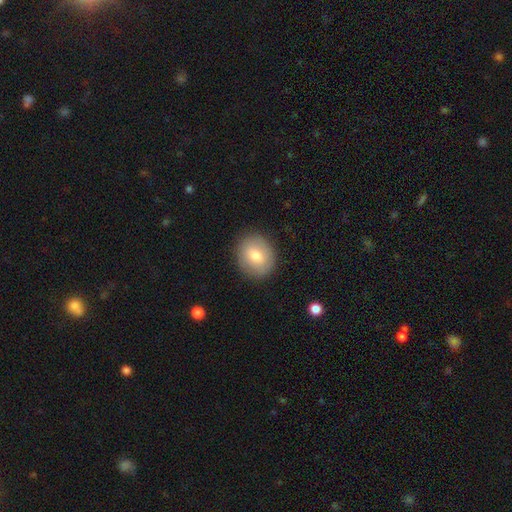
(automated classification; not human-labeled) The model was most divided on "how rounded": round: 67%, in between: 33%, cigar-shaped: 1%. More confident: merging — none (87%); smooth or featured — smooth (74%).